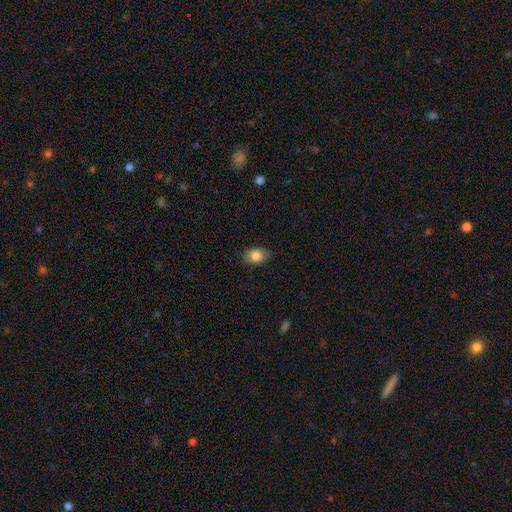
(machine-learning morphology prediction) Smooth or featured?
  - smooth: 84% *
  - featured or disk: 8%
  - star or artifact: 8%
How rounded?
  - in between: 78% *
  - round: 21%
  - cigar-shaped: 2%
Merging?
  - none: 80% *
  - minor disturbance: 16%
  - major disturbance: 3%
  - merger: 1%